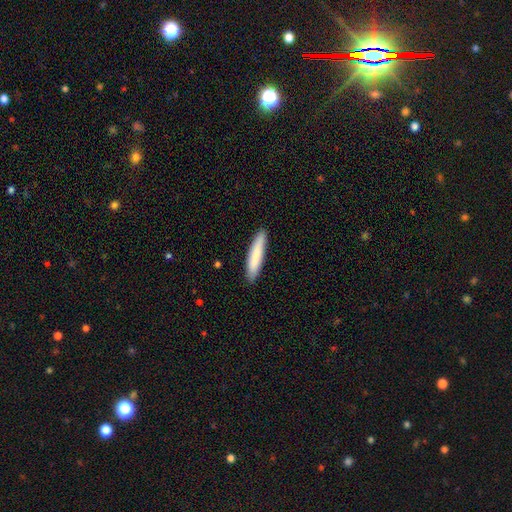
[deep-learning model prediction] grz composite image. It shows a smooth galaxy with no disk features (82%) that is cigar-shaped (89%). Merging: none (89%).